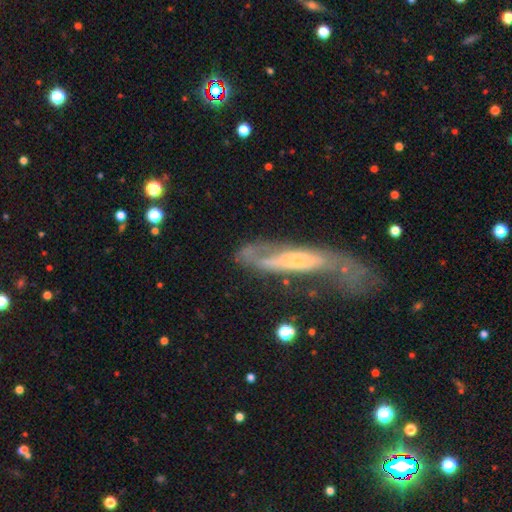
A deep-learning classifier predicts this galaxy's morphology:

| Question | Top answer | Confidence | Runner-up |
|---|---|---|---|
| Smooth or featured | featured or disk | 68% | smooth (25%) |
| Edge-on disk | no | 60% | yes (40%) |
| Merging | none | 40% | major disturbance (29%) |